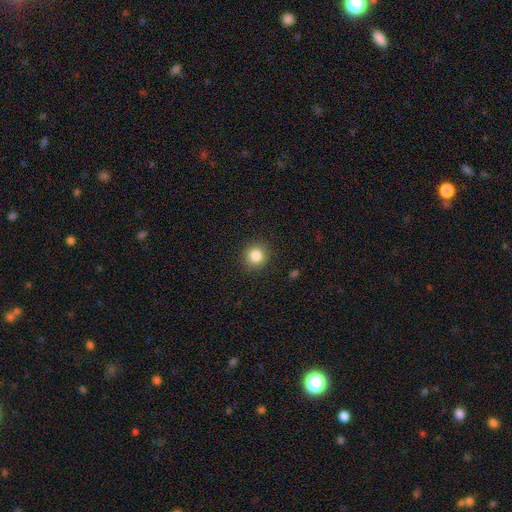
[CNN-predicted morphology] Smooth or featured? Predicted: smooth (p=0.84). How rounded? Predicted: round (p=0.91). Merging? Predicted: none (p=0.91).